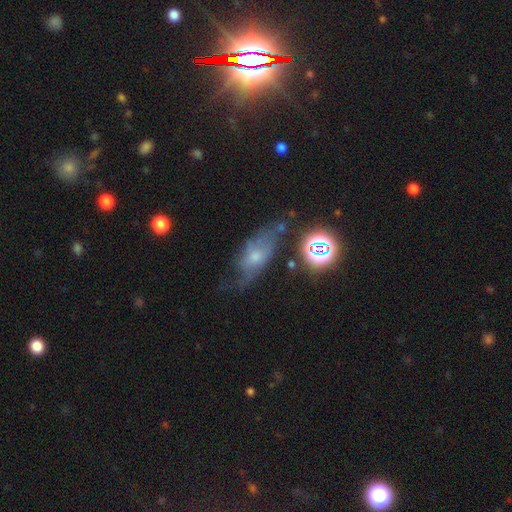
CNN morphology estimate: This appears to be a featured or disk galaxy (43%). Merging: none (40%).